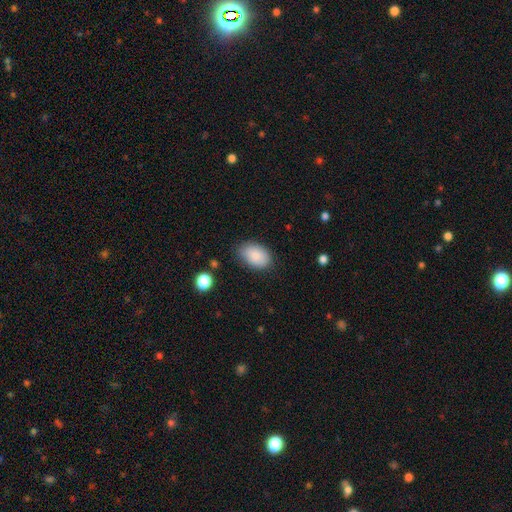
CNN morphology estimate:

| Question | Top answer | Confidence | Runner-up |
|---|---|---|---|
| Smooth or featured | smooth | 86% | featured or disk (7%) |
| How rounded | in between | 90% | round (9%) |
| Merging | none | 79% | minor disturbance (16%) |